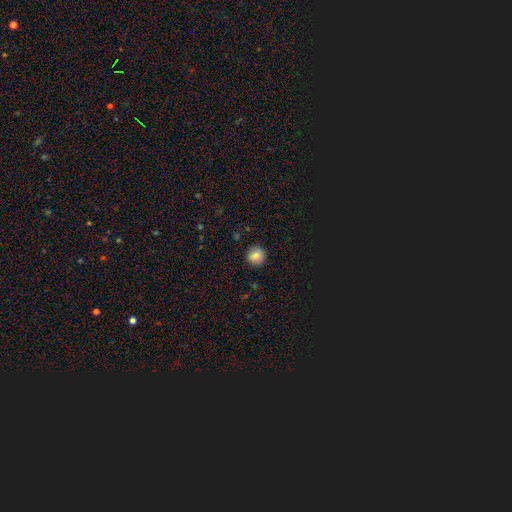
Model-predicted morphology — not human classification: Smooth or featured? Predicted: smooth (p=0.82). How rounded? Predicted: round (p=0.89). Merging? Predicted: none (p=0.88).